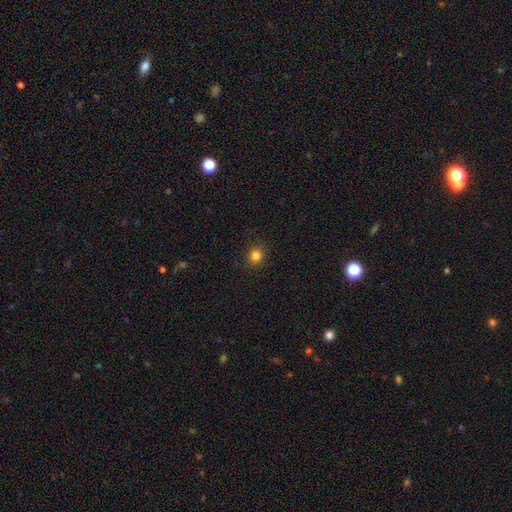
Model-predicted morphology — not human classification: Overall: smooth (83%). How rounded: round (85%). Merging: none (90%).